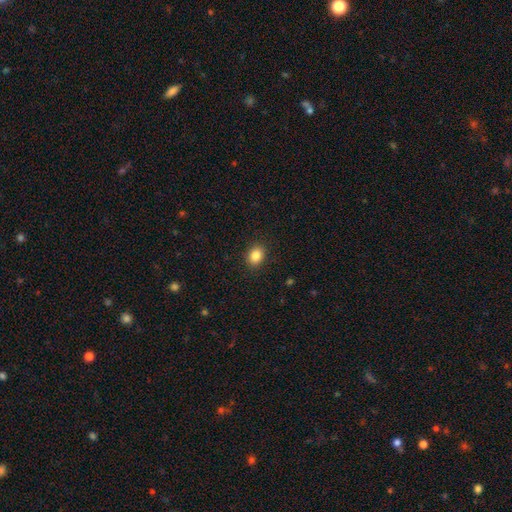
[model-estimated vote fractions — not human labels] smooth_or_featured: smooth (p=0.86) [alt: star or artifact p=0.09]
how_rounded: in between (p=0.54) [alt: round p=0.45]
merging: none (p=0.90) [alt: minor disturbance p=0.07]